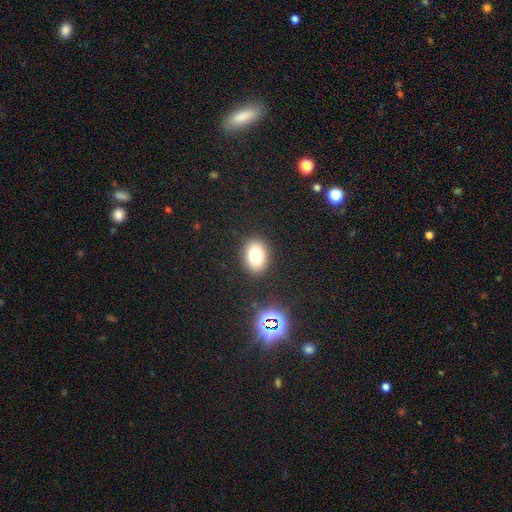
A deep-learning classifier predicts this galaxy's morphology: type=smooth (78%); roundness=in between (72%); merging=none (88%).